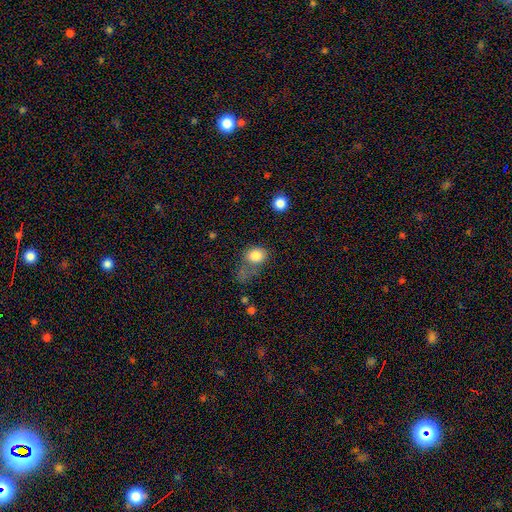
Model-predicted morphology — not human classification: Smooth or featured?
  - smooth: 83% *
  - star or artifact: 10%
  - featured or disk: 7%
How rounded?
  - round: 58% *
  - in between: 41%
  - cigar-shaped: 1%
Merging?
  - none: 44% *
  - minor disturbance: 23%
  - major disturbance: 21%
  - merger: 12%